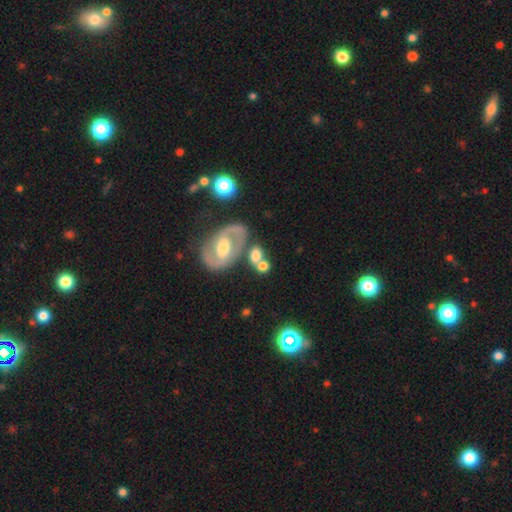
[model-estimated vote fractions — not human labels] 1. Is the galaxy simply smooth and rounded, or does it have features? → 56% smooth, 34% featured or disk, 10% star or artifact.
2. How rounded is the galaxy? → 59% in between, 38% round, 3% cigar-shaped.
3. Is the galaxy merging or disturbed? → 50% none, 28% merger, 15% minor disturbance, 7% major disturbance.